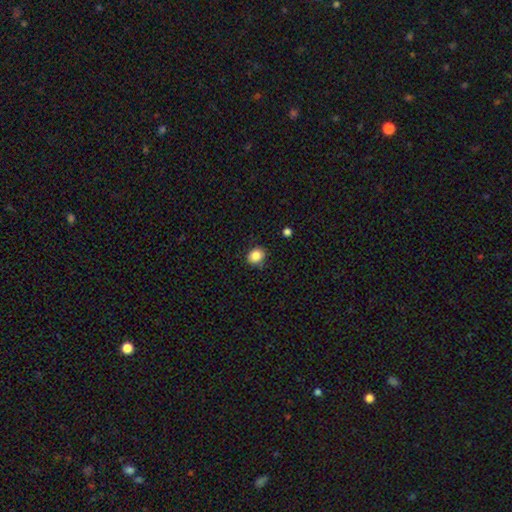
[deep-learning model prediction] Q: Smooth or featured?
A: smooth (86%); runner-up: star or artifact (10%)
Q: How rounded?
A: round (67%); runner-up: in between (32%)
Q: Merging?
A: none (84%); runner-up: minor disturbance (12%)